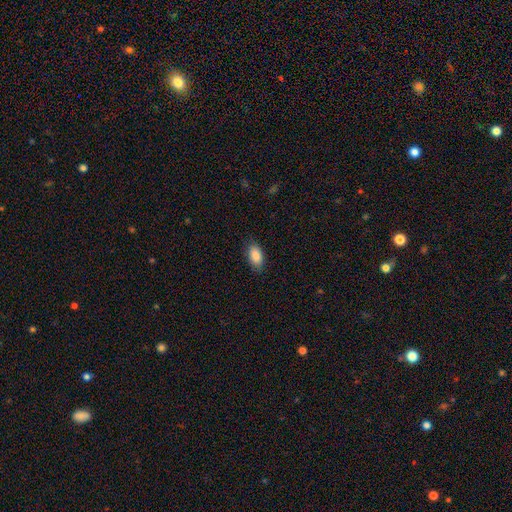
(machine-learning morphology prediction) Smooth or featured?
  - smooth: 89% *
  - star or artifact: 7%
  - featured or disk: 5%
How rounded?
  - in between: 92% *
  - round: 5%
  - cigar-shaped: 3%
Merging?
  - none: 82% *
  - minor disturbance: 14%
  - major disturbance: 3%
  - merger: 1%